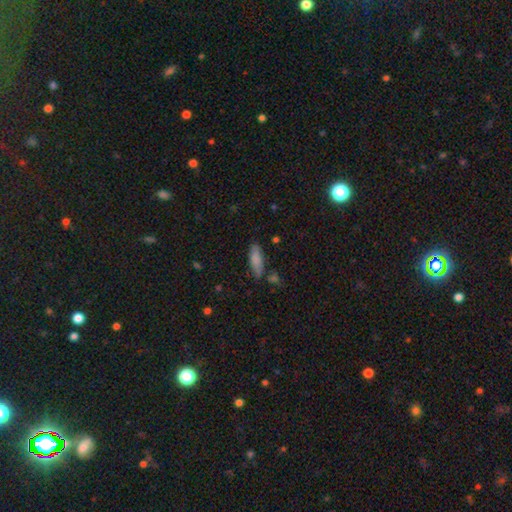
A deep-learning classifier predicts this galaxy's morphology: Smooth or featured: smooth — 72% (featured or disk — 15%)
How rounded: cigar-shaped — 51% (in between — 46%)
Merging: none — 77% (minor disturbance — 14%)